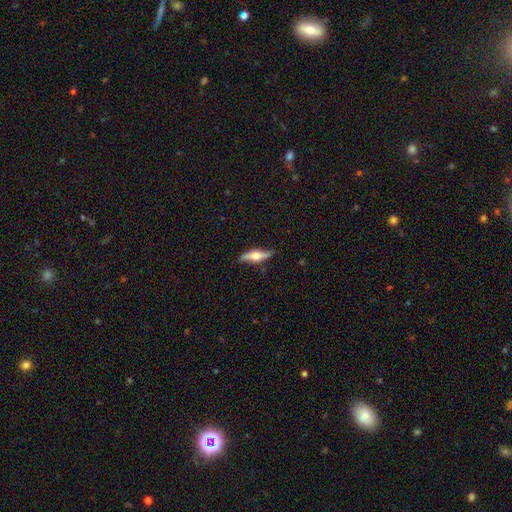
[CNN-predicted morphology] Smooth or featured? featured or disk (61%)
Edge-on disk? yes (84%)
Edge-on bulge? rounded (92%)
Merging? none (80%)